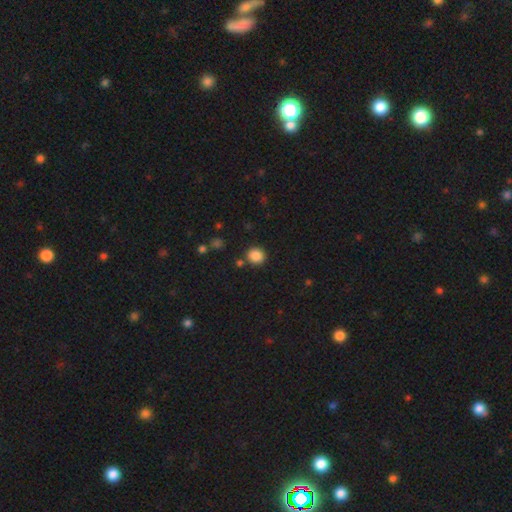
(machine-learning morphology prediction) smooth_or_featured: smooth (p=0.86) [alt: star or artifact p=0.10]
how_rounded: round (p=0.82) [alt: in between p=0.17]
merging: none (p=0.85) [alt: minor disturbance p=0.08]